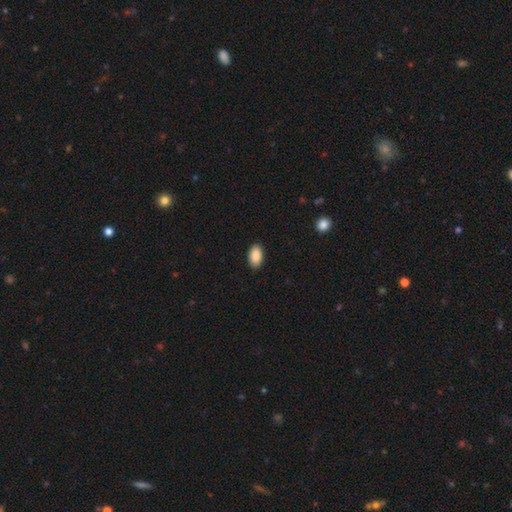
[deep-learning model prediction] Smooth or featured? smooth (90%)
How rounded? in between (94%)
Merging? none (90%)